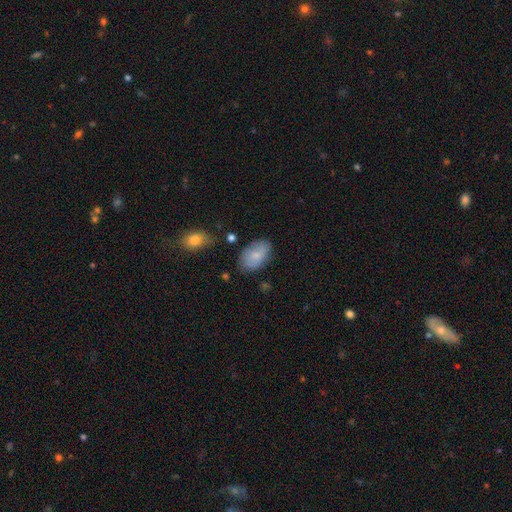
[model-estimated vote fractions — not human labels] Overall: smooth (77%). How rounded: in between (91%). Merging: none (72%).